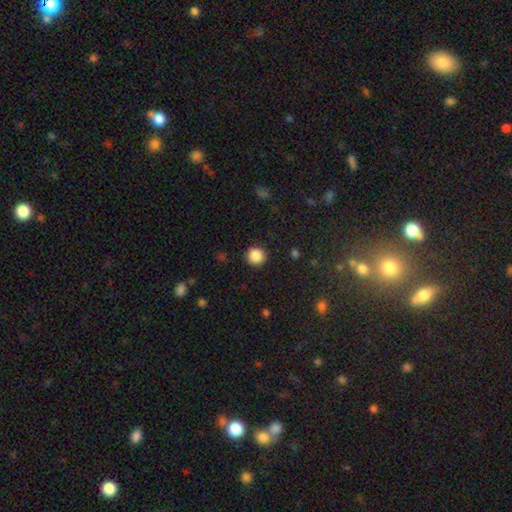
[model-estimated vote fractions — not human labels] Smooth or featured? Predicted: smooth (p=0.87). How rounded? Predicted: round (p=0.95). Merging? Predicted: none (p=0.92).